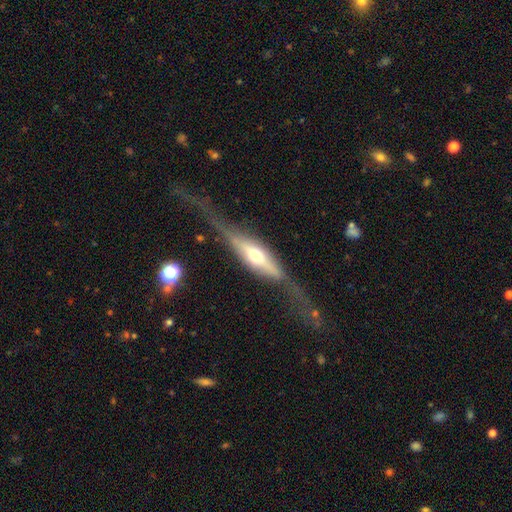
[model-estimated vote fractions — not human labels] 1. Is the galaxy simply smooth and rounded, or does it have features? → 78% featured or disk, 17% smooth, 5% star or artifact.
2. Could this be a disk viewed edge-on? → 91% yes, 9% no.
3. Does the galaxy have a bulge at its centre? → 84% rounded, 12% boxy, 4% none.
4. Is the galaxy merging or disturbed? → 62% none, 19% minor disturbance, 16% major disturbance, 3% merger.